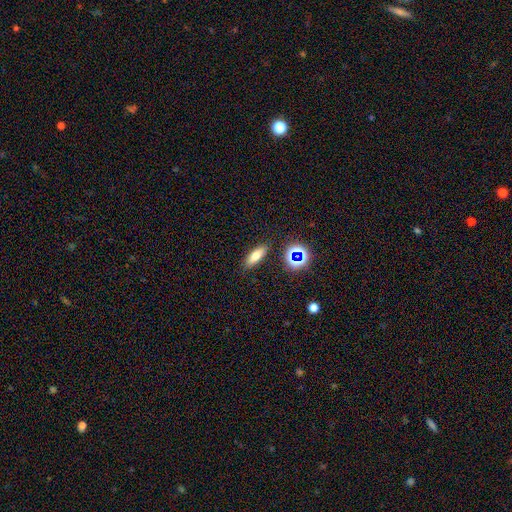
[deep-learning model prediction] smooth-or-featured: smooth: 70% | star or artifact: 15% | featured or disk: 15%
  how-rounded: in between: 59% | cigar-shaped: 35% | round: 5%
  merging: none: 86% | minor disturbance: 9% | major disturbance: 3% | merger: 2%